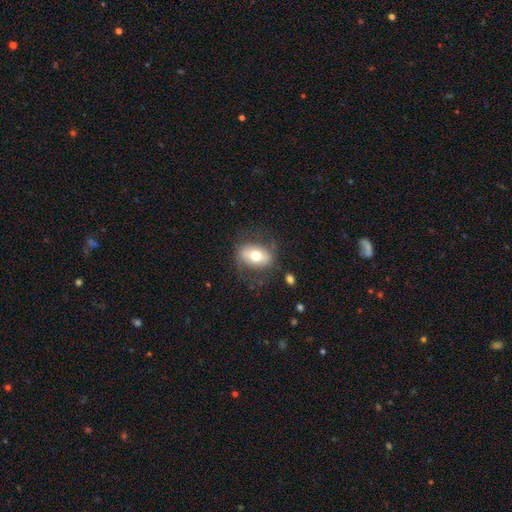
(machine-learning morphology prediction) smooth-or-featured: smooth: 58% | featured or disk: 35% | star or artifact: 7%
  how-rounded: in between: 77% | round: 21% | cigar-shaped: 2%
  merging: none: 70% | minor disturbance: 18% | major disturbance: 10% | merger: 2%